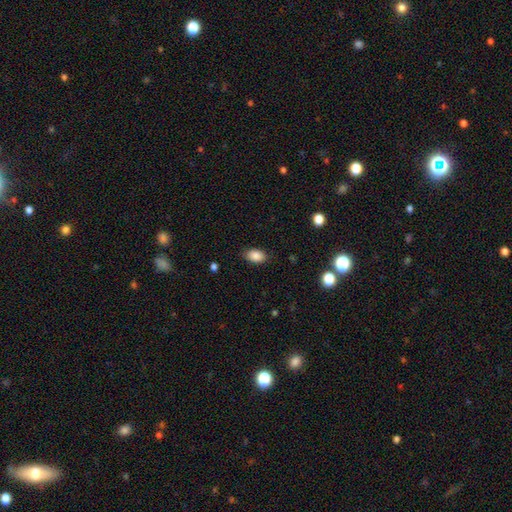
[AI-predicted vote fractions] smooth_or_featured: smooth (p=0.87) [alt: star or artifact p=0.08]
how_rounded: in between (p=0.88) [alt: round p=0.10]
merging: none (p=0.85) [alt: minor disturbance p=0.11]